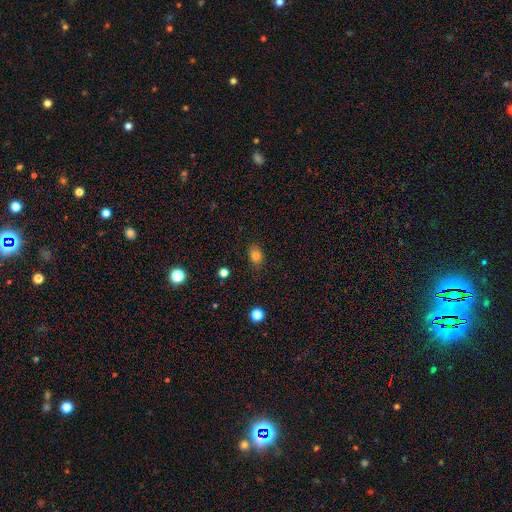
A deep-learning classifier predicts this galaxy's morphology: Overall: smooth (80%). How rounded: in between (70%). Merging: none (84%).